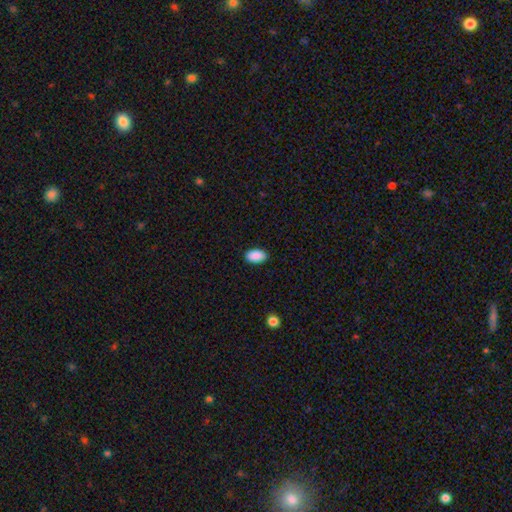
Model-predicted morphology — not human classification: Q: Smooth or featured?
A: smooth (91%); runner-up: star or artifact (7%)
Q: How rounded?
A: in between (94%); runner-up: round (5%)
Q: Merging?
A: none (89%); runner-up: minor disturbance (8%)